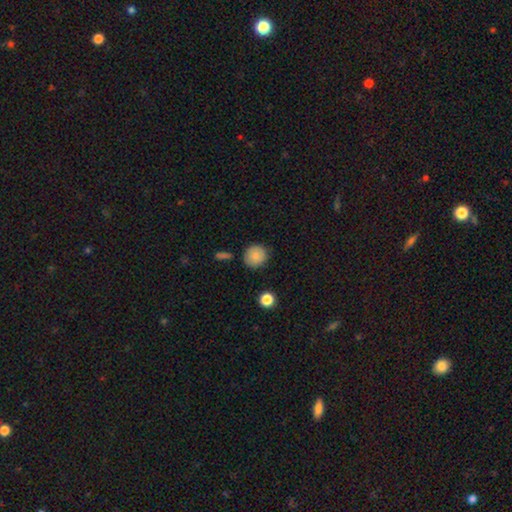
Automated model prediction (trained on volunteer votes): smooth_or_featured: smooth (p=0.86) [alt: star or artifact p=0.08]
how_rounded: round (p=0.88) [alt: in between p=0.11]
merging: none (p=0.85) [alt: minor disturbance p=0.11]